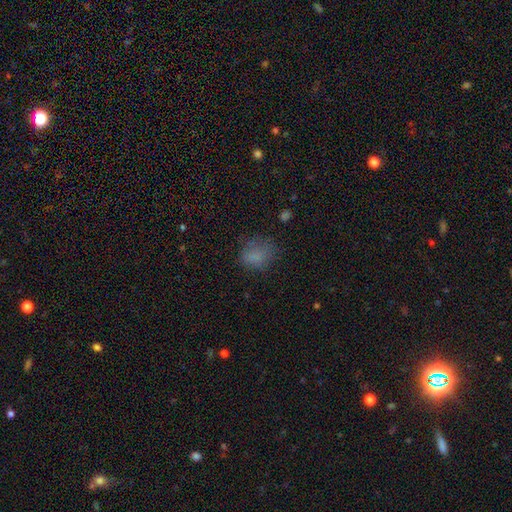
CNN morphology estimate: type=smooth (74%); roundness=round (51%); merging=none (60%).